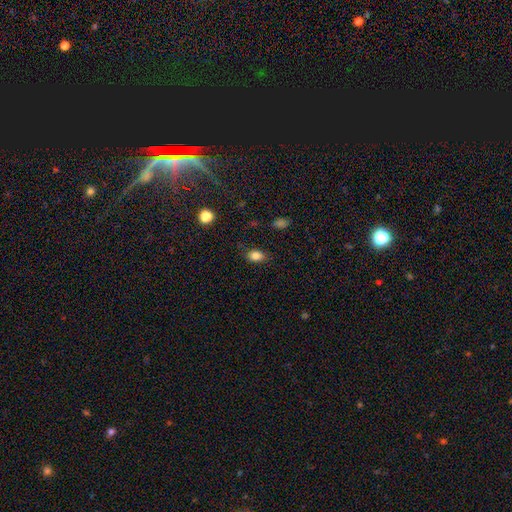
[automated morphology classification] The model was most divided on "how rounded": in between: 79%, round: 19%, cigar-shaped: 2%. More confident: smooth or featured — smooth (82%); merging — none (82%).